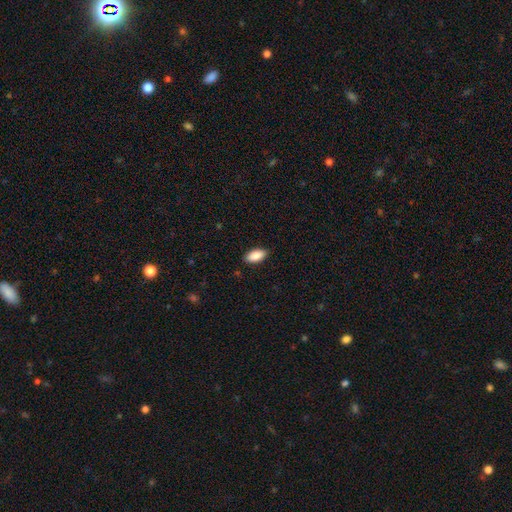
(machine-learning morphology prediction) Overall: smooth (89%). How rounded: in between (92%). Merging: none (87%).